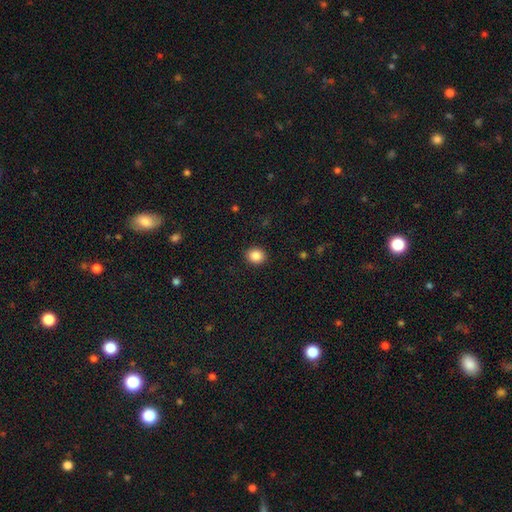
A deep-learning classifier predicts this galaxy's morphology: smooth 87%, star or artifact 9%, featured or disk 4%. Down the decision tree: how rounded — round (75%); merging — none (91%).